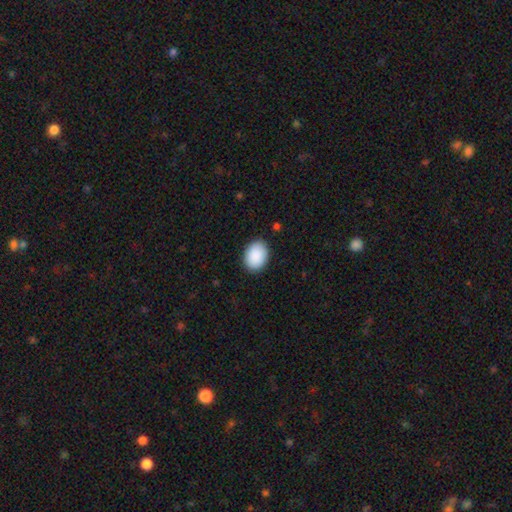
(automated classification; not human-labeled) This appears to be a smooth galaxy with no disk features (90%) that is in between round and cigar-shaped (71%). Merging: none (88%).